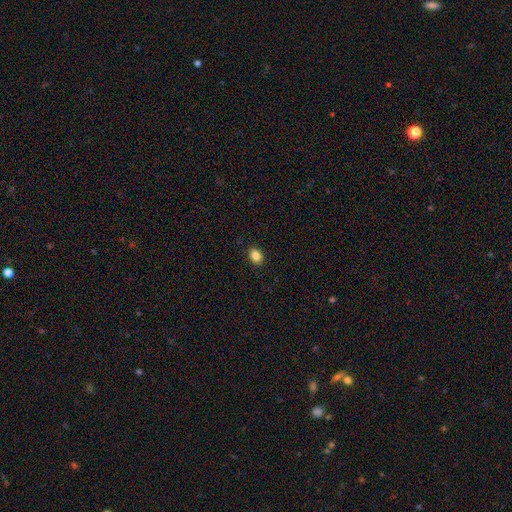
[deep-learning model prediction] The model was most divided on "how rounded": in between: 64%, round: 35%, cigar-shaped: 1%. More confident: merging — none (90%); smooth or featured — smooth (85%).